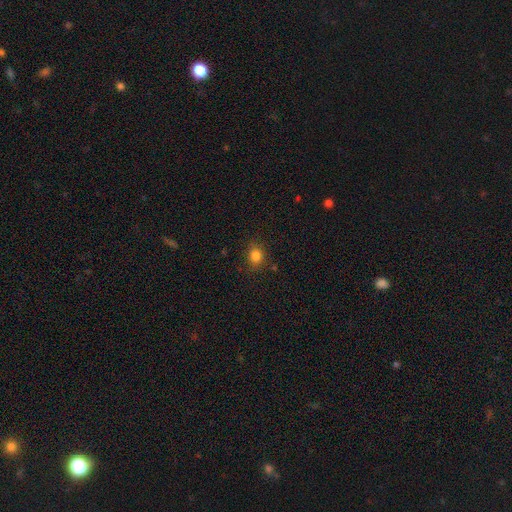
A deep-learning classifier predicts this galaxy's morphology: smooth-or-featured: smooth: 82% | star or artifact: 13% | featured or disk: 5%
  how-rounded: round: 67% | in between: 32% | cigar-shaped: 1%
  merging: none: 84% | minor disturbance: 11% | major disturbance: 3% | merger: 2%